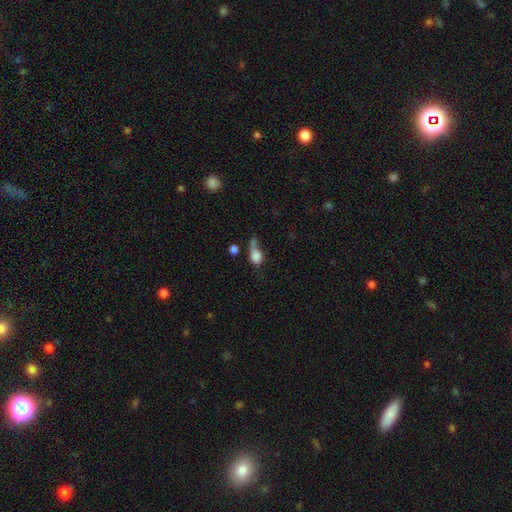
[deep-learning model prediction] smooth_or_featured: smooth (p=0.75) [alt: featured or disk p=0.15]
how_rounded: in between (p=0.55) [alt: round p=0.40]
merging: major disturbance (p=0.34) [alt: none p=0.26]